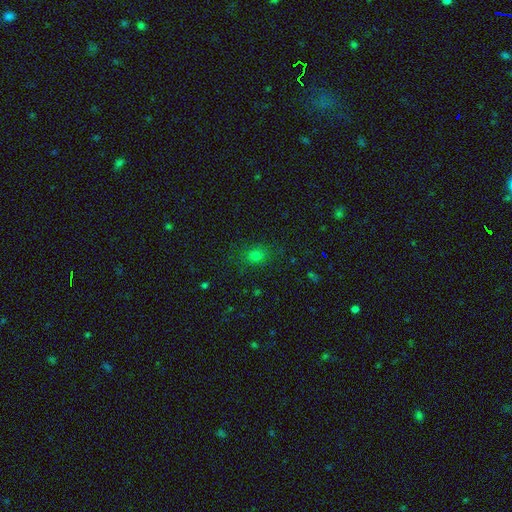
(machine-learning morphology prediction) A smooth galaxy with no disk features (72%) that is round (63%). Merging: none (84%).